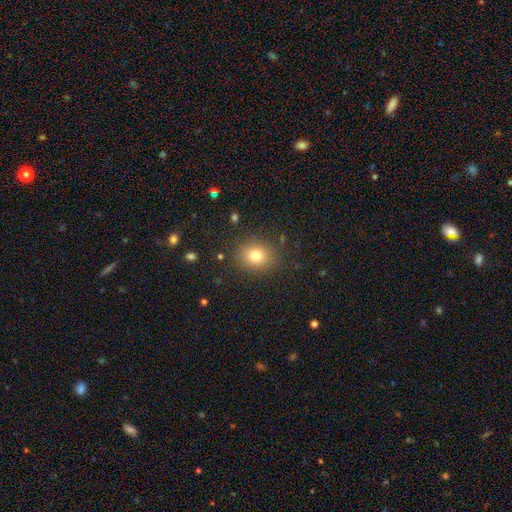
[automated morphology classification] smooth_or_featured: smooth (p=0.78) [alt: star or artifact p=0.13]
how_rounded: round (p=0.64) [alt: in between p=0.35]
merging: none (p=0.85) [alt: minor disturbance p=0.09]